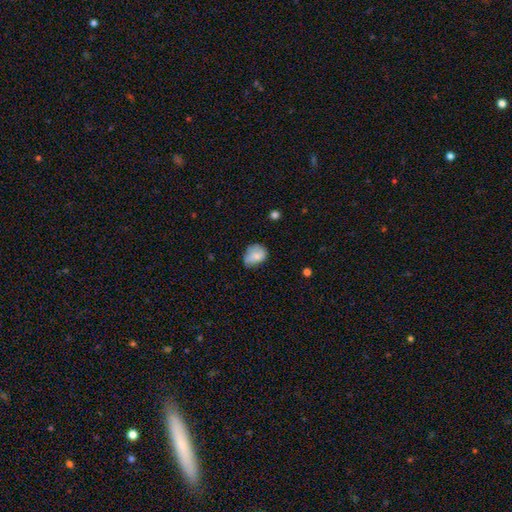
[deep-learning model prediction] Q: Smooth or featured?
A: smooth (74%); runner-up: featured or disk (18%)
Q: How rounded?
A: in between (62%); runner-up: round (37%)
Q: Merging?
A: none (51%); runner-up: minor disturbance (36%)